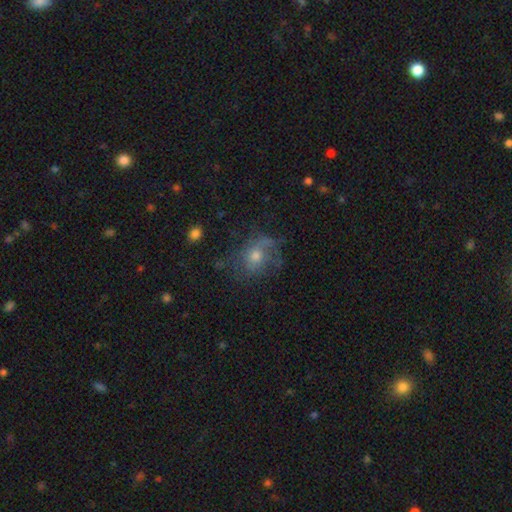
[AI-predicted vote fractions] Smooth or featured? Predicted: featured or disk (p=0.43). Merging? Predicted: none (p=0.55).